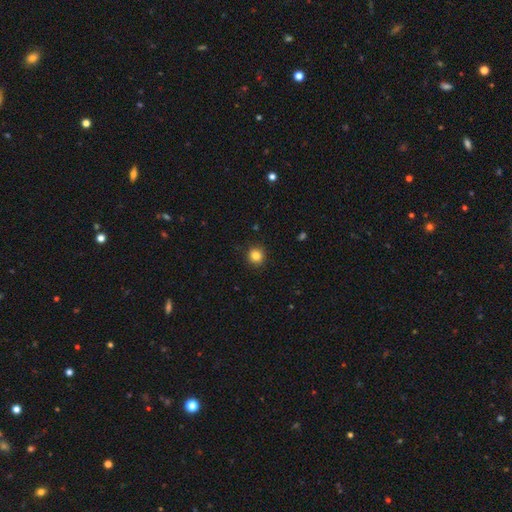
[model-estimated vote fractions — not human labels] Q: Smooth or featured?
A: smooth (84%); runner-up: star or artifact (11%)
Q: How rounded?
A: round (92%); runner-up: in between (7%)
Q: Merging?
A: none (92%); runner-up: minor disturbance (5%)